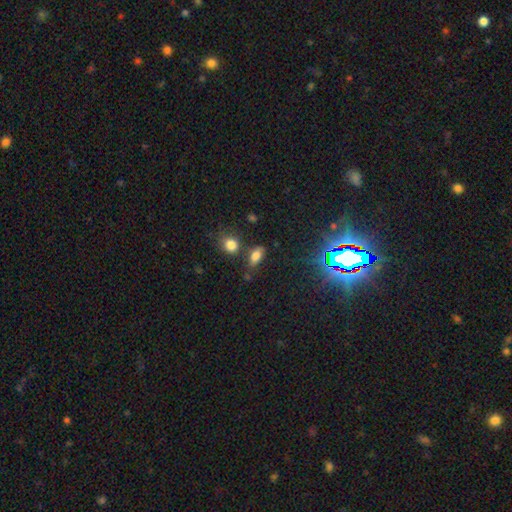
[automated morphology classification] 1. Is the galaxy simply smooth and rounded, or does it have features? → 75% smooth, 17% star or artifact, 8% featured or disk.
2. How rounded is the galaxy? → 83% in between, 9% round, 8% cigar-shaped.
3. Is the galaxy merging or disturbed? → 69% none, 15% minor disturbance, 11% merger, 5% major disturbance.